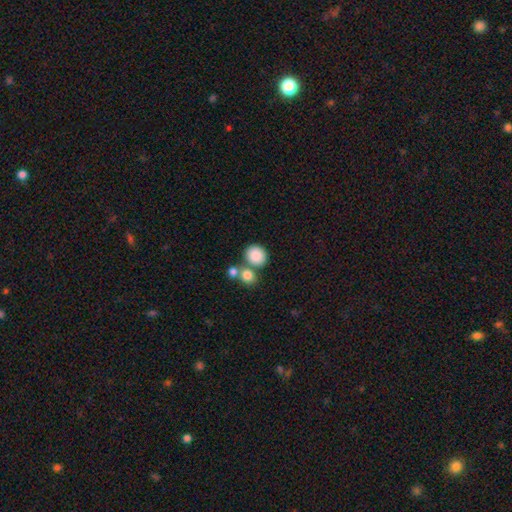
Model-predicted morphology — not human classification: smooth-or-featured: smooth: 85% | star or artifact: 9% | featured or disk: 6%
  how-rounded: round: 77% | in between: 22% | cigar-shaped: 1%
  merging: none: 60% | merger: 27% | minor disturbance: 10% | major disturbance: 4%